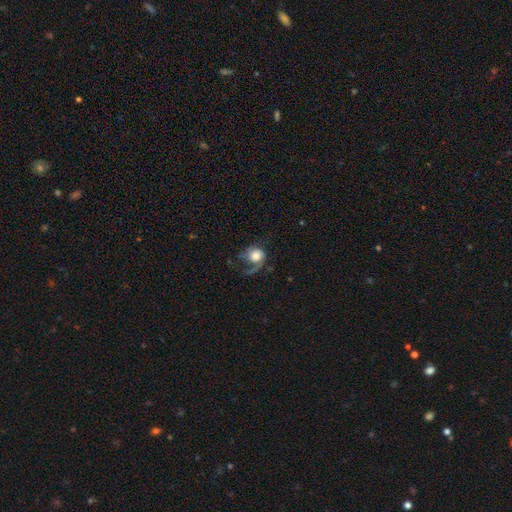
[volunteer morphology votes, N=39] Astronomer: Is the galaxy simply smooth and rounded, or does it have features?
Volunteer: featured or disk — 54% (runner-up: smooth, 38%).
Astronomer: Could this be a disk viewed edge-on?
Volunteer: no — 100%.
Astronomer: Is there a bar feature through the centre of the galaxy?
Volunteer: no — 71%.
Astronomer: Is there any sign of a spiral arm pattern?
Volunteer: yes — 100%.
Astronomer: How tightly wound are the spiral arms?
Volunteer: loose — 43% (runner-up: medium, 33%).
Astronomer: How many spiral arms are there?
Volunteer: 1 — 90%.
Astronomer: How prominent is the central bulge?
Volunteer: large — 76%.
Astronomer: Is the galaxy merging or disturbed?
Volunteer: major disturbance — 44% (runner-up: none, 31%).